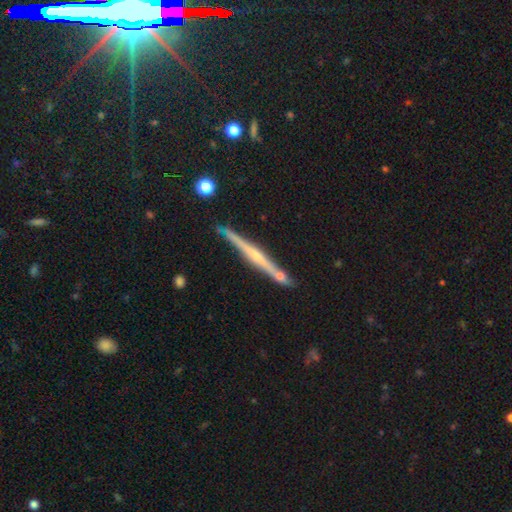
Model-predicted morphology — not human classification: type=featured or disk (75%); edge-on=yes (98%); edge-on bulge=rounded (60%); merging=none (84%).